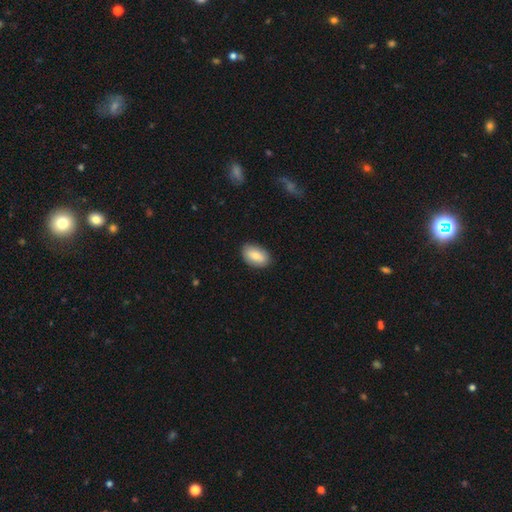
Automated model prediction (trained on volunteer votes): Smooth or featured? Predicted: smooth (p=0.81). How rounded? Predicted: in between (p=0.93). Merging? Predicted: none (p=0.86).